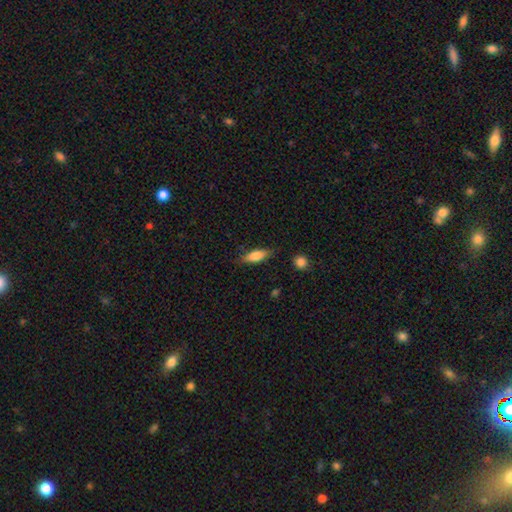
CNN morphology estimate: Smooth or featured?
  - smooth: 73% *
  - featured or disk: 21%
  - star or artifact: 7%
How rounded?
  - in between: 64% *
  - cigar-shaped: 33%
  - round: 3%
Merging?
  - none: 79% *
  - minor disturbance: 16%
  - major disturbance: 4%
  - merger: 2%